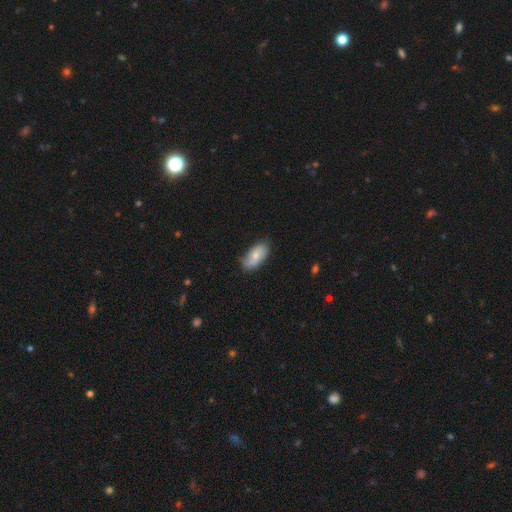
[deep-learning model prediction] Smooth or featured: smooth — 66% (featured or disk — 28%)
How rounded: in between — 93% (cigar-shaped — 4%)
Merging: none — 70% (minor disturbance — 24%)